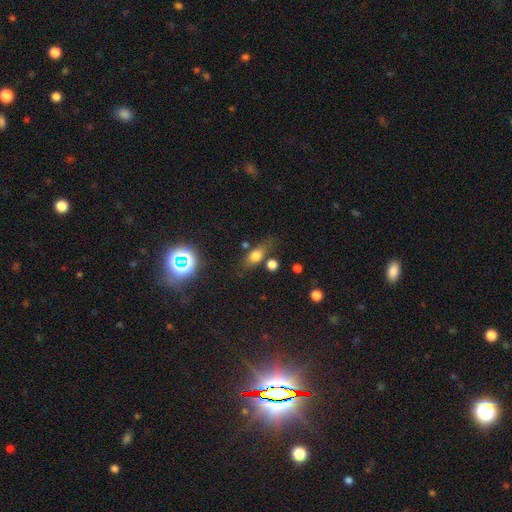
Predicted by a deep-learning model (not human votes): Smooth or featured? Predicted: smooth (p=0.66). How rounded? Predicted: in between (p=0.64). Merging? Predicted: none (p=0.64).